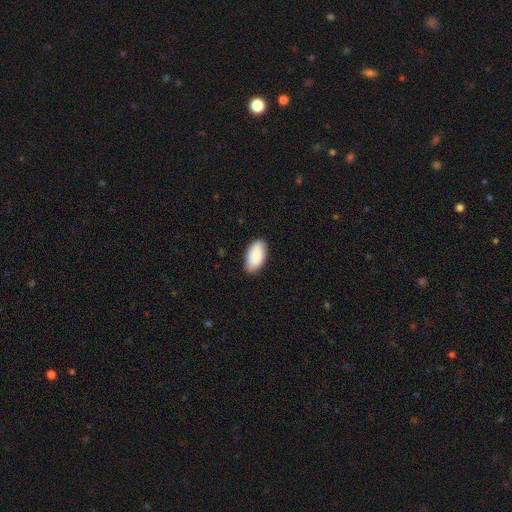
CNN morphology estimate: Smooth or featured? Predicted: smooth (p=0.89). How rounded? Predicted: in between (p=0.95). Merging? Predicted: none (p=0.84).